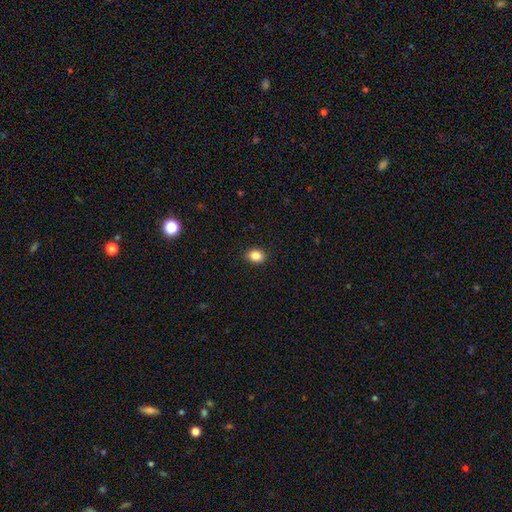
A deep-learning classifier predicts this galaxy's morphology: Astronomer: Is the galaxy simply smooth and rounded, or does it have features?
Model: smooth — 85%.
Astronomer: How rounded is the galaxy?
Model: in between — 67%.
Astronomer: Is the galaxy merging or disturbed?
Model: none — 91%.